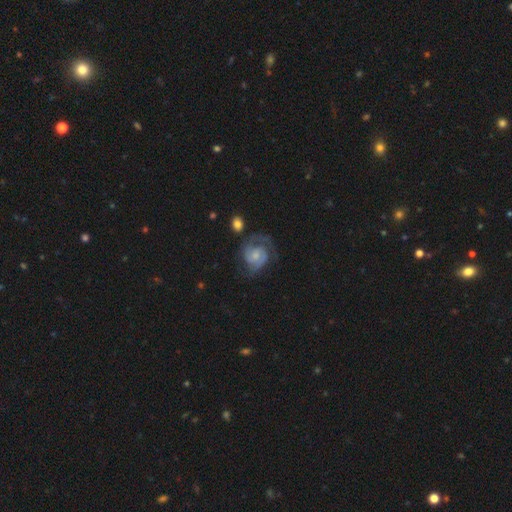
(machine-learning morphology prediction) The model was most divided on "spiral winding": medium: 44%, tight: 43%, loose: 13%. More confident: edge-on disk — no (98%); spiral arms — yes (96%); smooth or featured — featured or disk (84%); spiral arm count — 2 (77%); merging — none (60%); bar — no (59%); bulge size — small (53%).